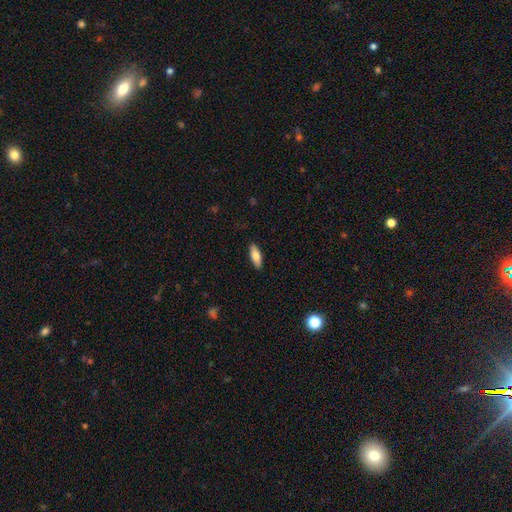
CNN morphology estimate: A smooth galaxy with no disk features (78%) that is in between round and cigar-shaped (71%). Merging: none (89%).